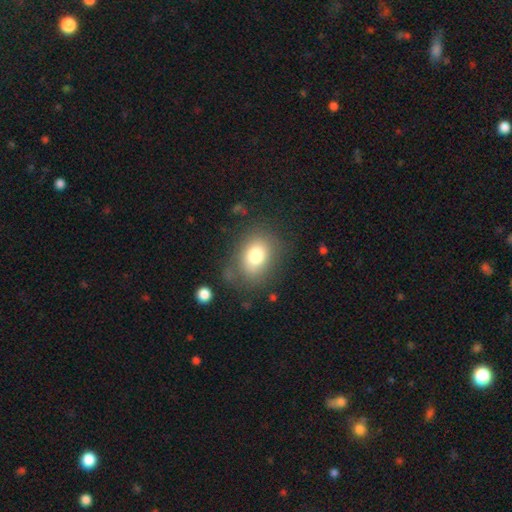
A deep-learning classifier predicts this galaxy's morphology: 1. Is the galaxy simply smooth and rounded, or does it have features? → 76% smooth, 13% featured or disk, 10% star or artifact.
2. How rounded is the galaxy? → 62% in between, 37% round, 1% cigar-shaped.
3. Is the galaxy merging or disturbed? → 69% none, 18% minor disturbance, 10% major disturbance, 3% merger.